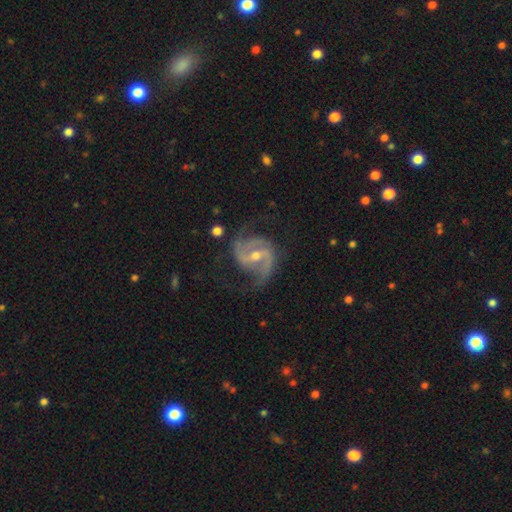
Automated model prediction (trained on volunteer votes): smooth_or_featured: featured or disk (p=0.91) [alt: star or artifact p=0.05]
disk_edge_on: no (p=0.98) [alt: yes p=0.02]
bar: weak (p=0.43) [alt: strong p=0.38]
has_spiral_arms: yes (p=0.98) [alt: no p=0.02]
spiral_winding: medium (p=0.55) [alt: loose p=0.26]
spiral_arm_count: 2 (p=0.83) [alt: 3 p=0.08]
bulge_size: moderate (p=0.50) [alt: small p=0.47]
merging: none (p=0.72) [alt: minor disturbance p=0.17]